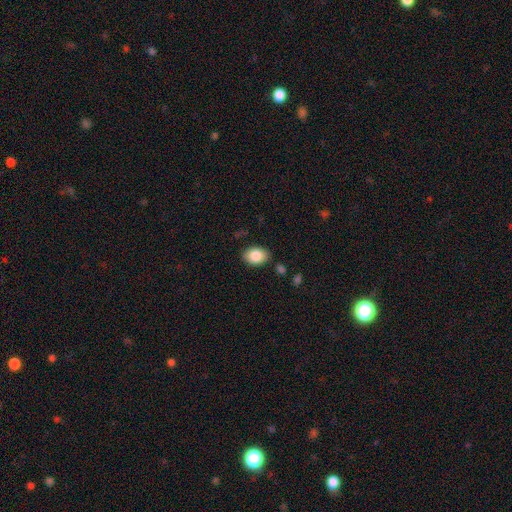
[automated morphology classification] smooth 87%, star or artifact 7%, featured or disk 6%. Down the decision tree: how rounded — in between (79%); merging — none (85%).